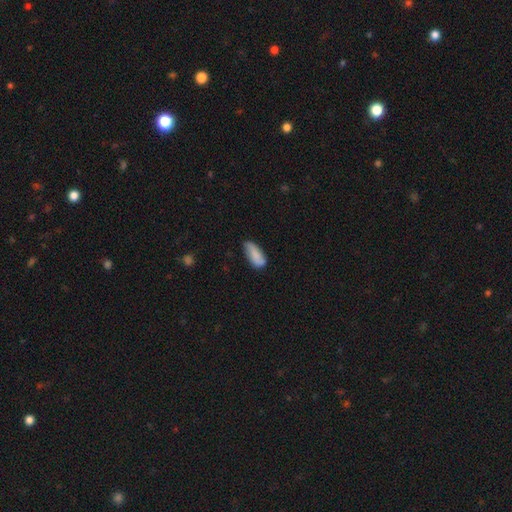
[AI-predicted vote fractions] Smooth or featured? smooth (75%)
How rounded? in between (80%)
Merging? none (58%)